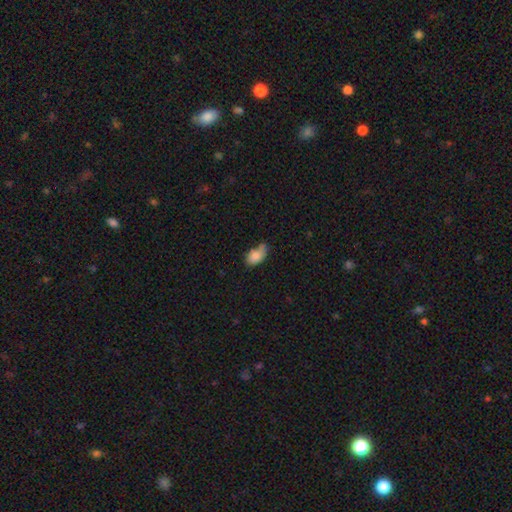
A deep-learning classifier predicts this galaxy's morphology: Smooth or featured: smooth — 81% (featured or disk — 10%)
How rounded: in between — 90% (round — 8%)
Merging: none — 41% (minor disturbance — 37%)